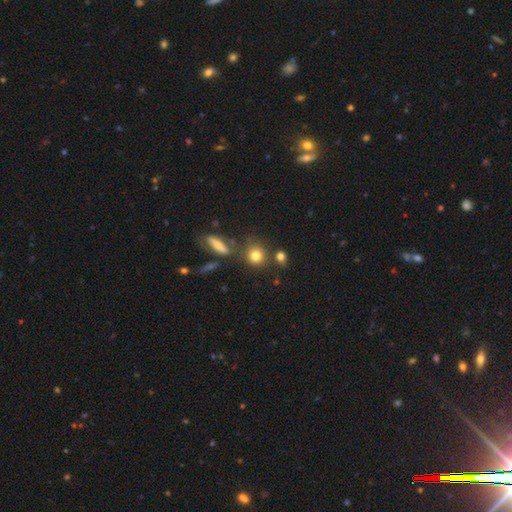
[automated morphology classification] This is likely a smooth galaxy (79%). How rounded: clearly round (85%). Merging: likely none (71%).